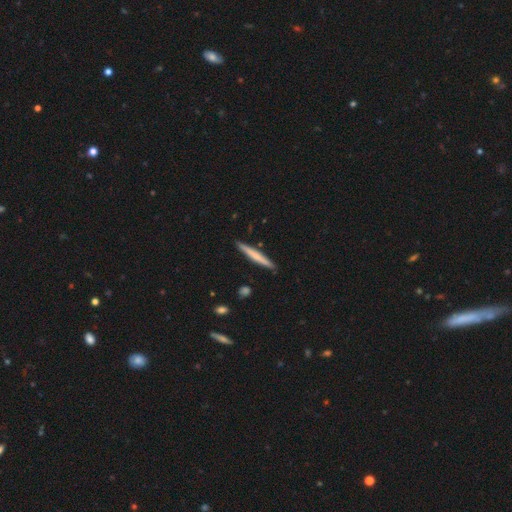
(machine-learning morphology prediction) smooth_or_featured: smooth (p=0.60) [alt: featured or disk p=0.35]
how_rounded: cigar-shaped (p=0.96) [alt: in between p=0.03]
merging: none (p=0.90) [alt: minor disturbance p=0.07]